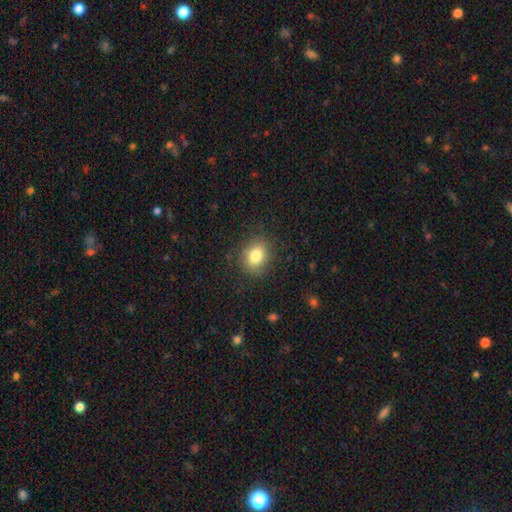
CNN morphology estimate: smooth_or_featured: smooth (p=0.82) [alt: star or artifact p=0.09]
how_rounded: in between (p=0.52) [alt: round p=0.47]
merging: none (p=0.81) [alt: minor disturbance p=0.13]